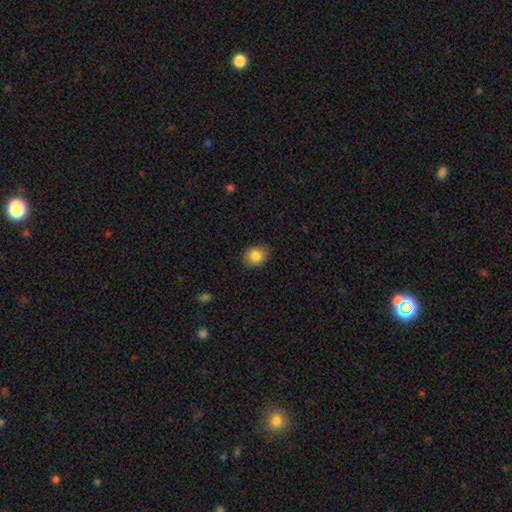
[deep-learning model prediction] smooth-or-featured: smooth: 86% | star or artifact: 8% | featured or disk: 6%
  how-rounded: in between: 59% | round: 40% | cigar-shaped: 1%
  merging: none: 82% | minor disturbance: 14% | major disturbance: 3% | merger: 1%